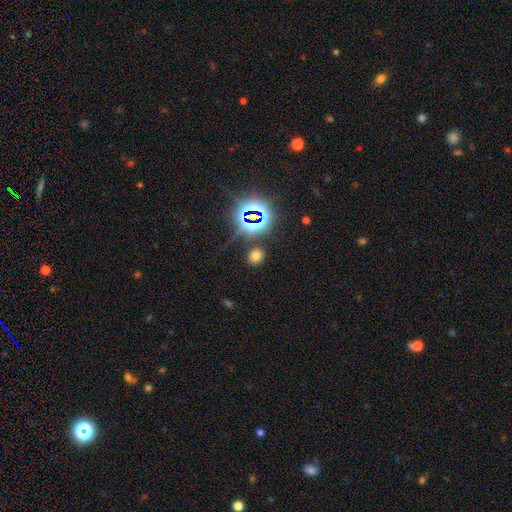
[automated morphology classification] Smooth or featured? Predicted: smooth (p=0.63). How rounded? Predicted: round (p=0.72). Merging? Predicted: none (p=0.85).